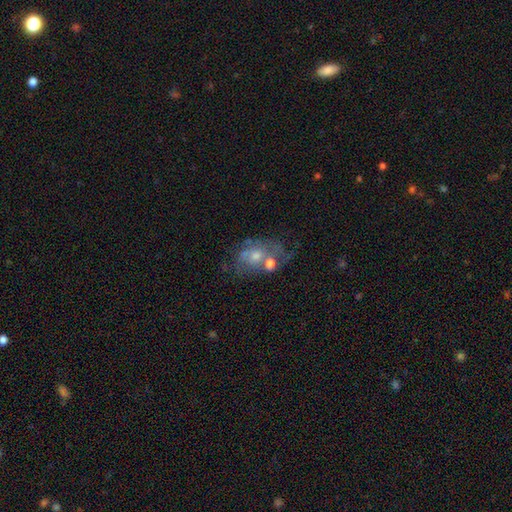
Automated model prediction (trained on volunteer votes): Q: Smooth or featured?
A: featured or disk (60%); runner-up: smooth (26%)
Q: Edge-on disk?
A: no (96%); runner-up: yes (4%)
Q: Bar?
A: no (78%); runner-up: weak (18%)
Q: Spiral arms?
A: yes (61%); runner-up: no (39%)
Q: Bulge size?
A: moderate (48%); runner-up: small (42%)
Q: Merging?
A: none (42%); runner-up: merger (25%)